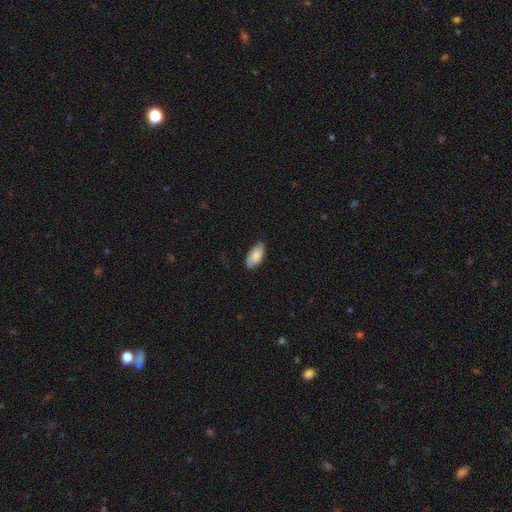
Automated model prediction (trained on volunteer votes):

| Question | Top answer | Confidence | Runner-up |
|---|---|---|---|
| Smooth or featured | smooth | 82% | featured or disk (12%) |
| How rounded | in between | 93% | cigar-shaped (4%) |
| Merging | none | 78% | minor disturbance (18%) |